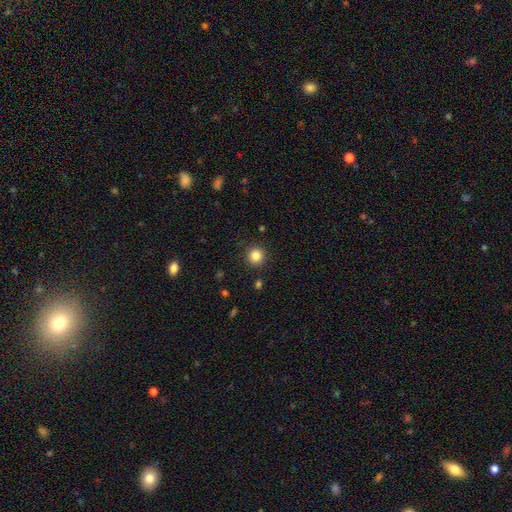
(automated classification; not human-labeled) This appears to be a smooth galaxy with no disk features (84%) that is round (95%). Merging: none (91%).